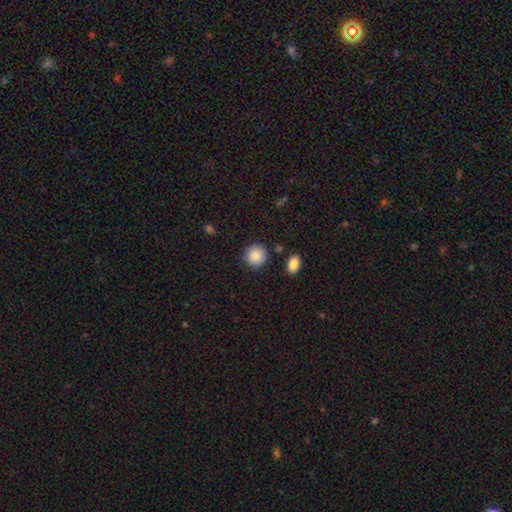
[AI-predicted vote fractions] This is clearly a smooth galaxy (89%). How rounded: clearly round (90%). Merging: clearly none (86%).